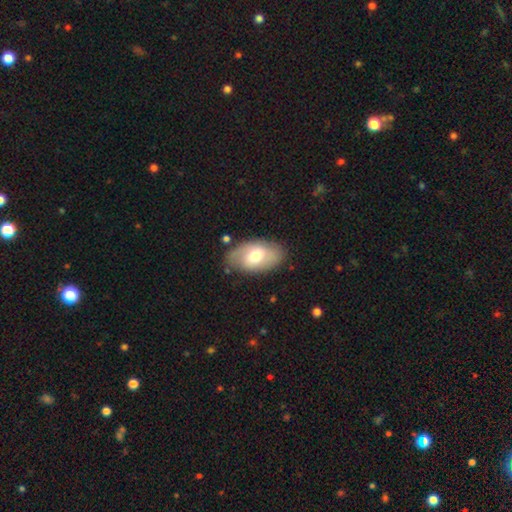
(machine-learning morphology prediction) This appears to be a smooth galaxy with no disk features (60%) that is in between round and cigar-shaped (93%). Merging: none (76%).